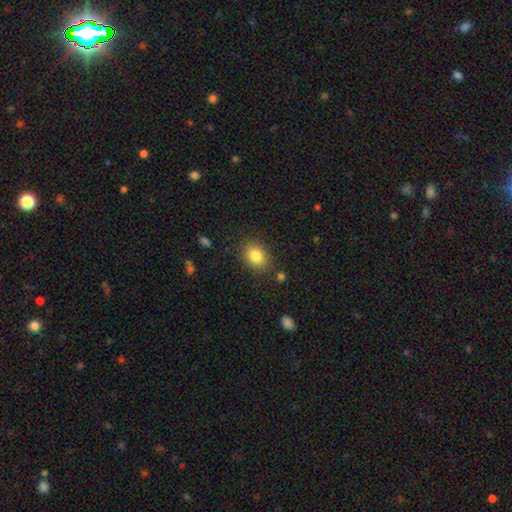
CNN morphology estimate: Overall: smooth (83%). How rounded: in between (54%; round 45%). Merging: none (83%).